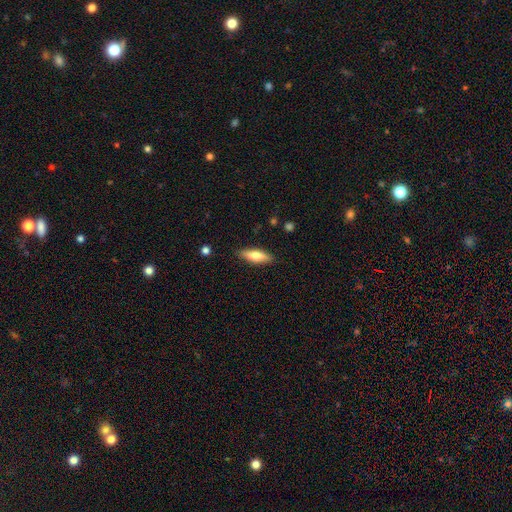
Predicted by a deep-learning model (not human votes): A smooth galaxy with no disk features (66%) that is cigar-shaped (49%, tied with in between).

Vote fractions:
- Smooth or featured? smooth: 66% / featured or disk: 28% / star or artifact: 6%
- How rounded? cigar-shaped: 49% (tied) / in between: 49% (tied) / round: 2%
- Merging? none: 87% / minor disturbance: 10% / major disturbance: 2% / merger: 1%